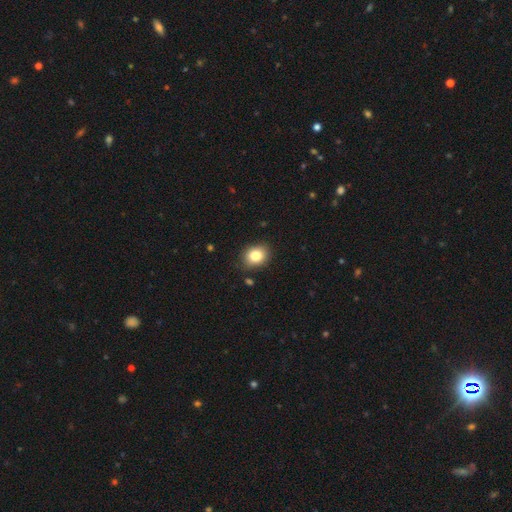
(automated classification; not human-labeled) A smooth galaxy with no disk features (83%) that is in between round and cigar-shaped (51%). Merging: none (85%).